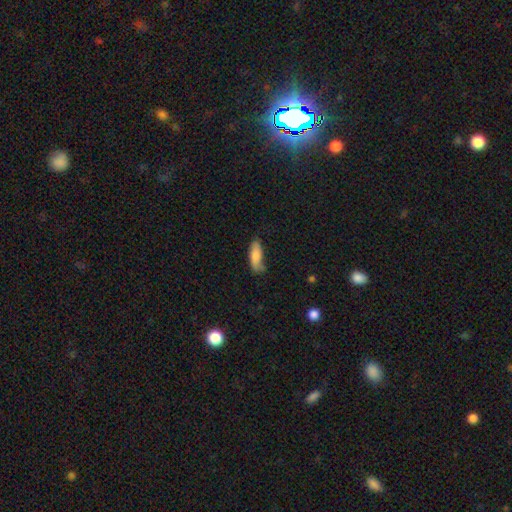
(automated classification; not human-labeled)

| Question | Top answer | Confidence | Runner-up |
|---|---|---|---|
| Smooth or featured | smooth | 81% | featured or disk (12%) |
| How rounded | in between | 60% | cigar-shaped (38%) |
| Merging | none | 60% | minor disturbance (30%) |